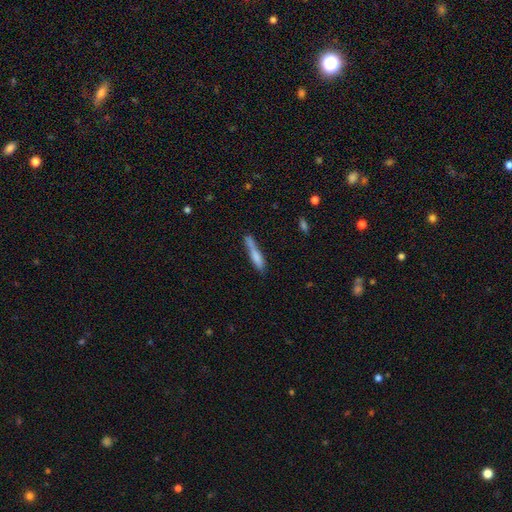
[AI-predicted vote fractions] Q: Smooth or featured?
A: smooth (72%); runner-up: featured or disk (21%)
Q: How rounded?
A: cigar-shaped (88%); runner-up: in between (10%)
Q: Merging?
A: none (56%); runner-up: minor disturbance (25%)